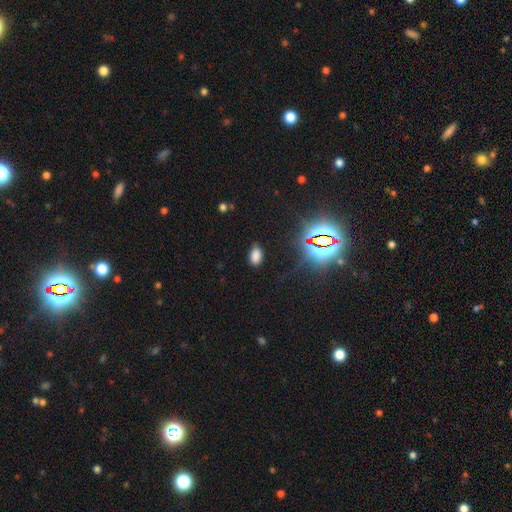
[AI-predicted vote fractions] The model was most divided on "smooth or featured": smooth: 72%, star or artifact: 22%, featured or disk: 6%. More confident: how rounded — in between (91%); merging — none (81%).